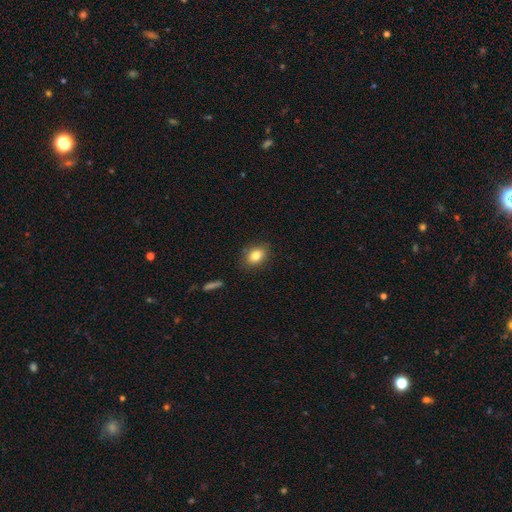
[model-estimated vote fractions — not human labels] The model was most divided on "how rounded": in between: 66%, round: 32%, cigar-shaped: 2%. More confident: merging — none (85%); smooth or featured — smooth (82%).